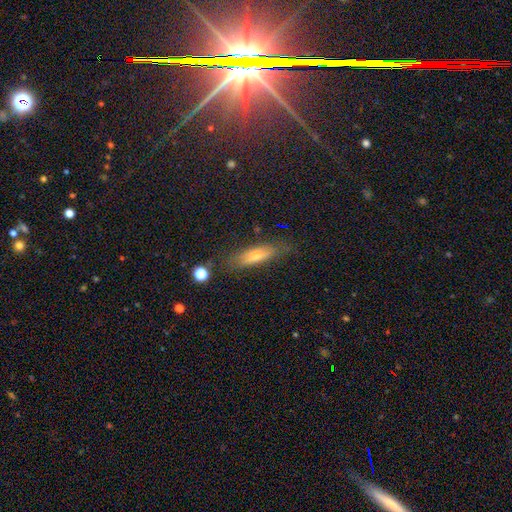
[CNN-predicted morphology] Overall: smooth (57%; featured or disk 28%). How rounded: cigar-shaped (58%; in between 38%). Merging: none (79%).